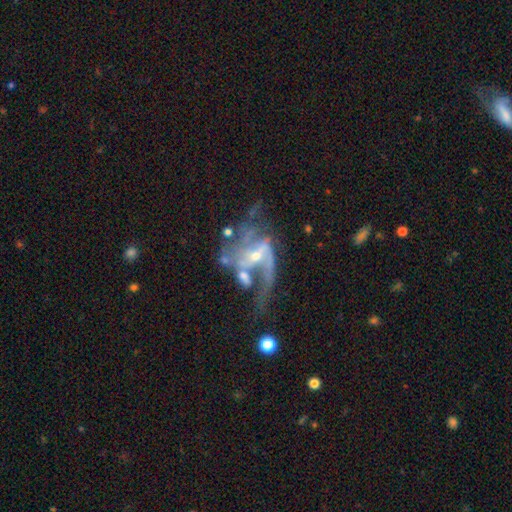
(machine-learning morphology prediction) type=featured or disk (86%); edge-on=no (97%); bar=weak (40%); spiral arms=yes (92%); winding=loose (54%); arm count=2 (55%); bulge=small (60%); merging=major disturbance (34%).